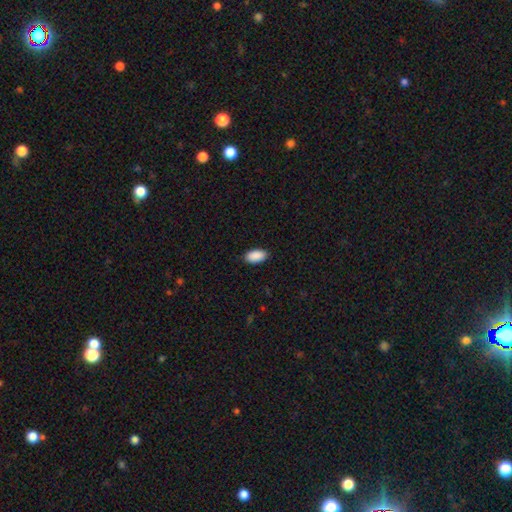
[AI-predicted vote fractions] Smooth or featured: smooth — 91% (star or artifact — 6%)
How rounded: in between — 95% (round — 3%)
Merging: none — 89% (minor disturbance — 9%)